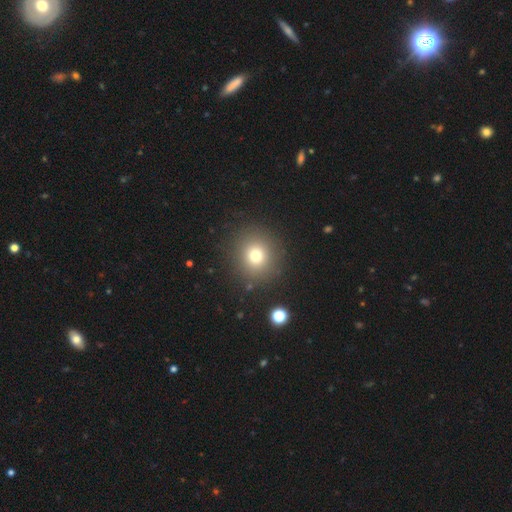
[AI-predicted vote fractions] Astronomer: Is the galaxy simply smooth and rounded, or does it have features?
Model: smooth — 75%.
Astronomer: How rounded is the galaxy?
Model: round — 91%.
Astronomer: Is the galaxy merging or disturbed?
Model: none — 88%.